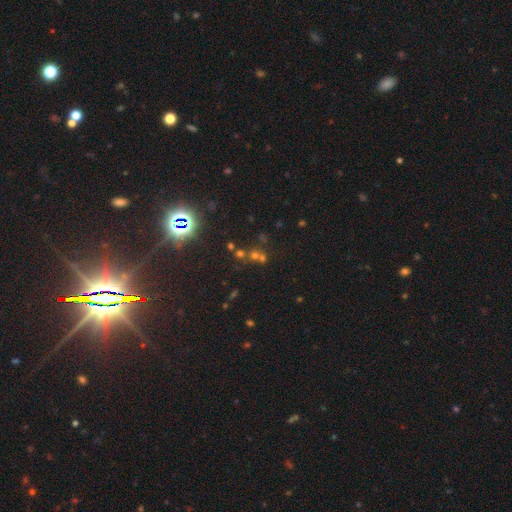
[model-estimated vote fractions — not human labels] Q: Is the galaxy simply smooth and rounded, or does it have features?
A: star or artifact — 60%.